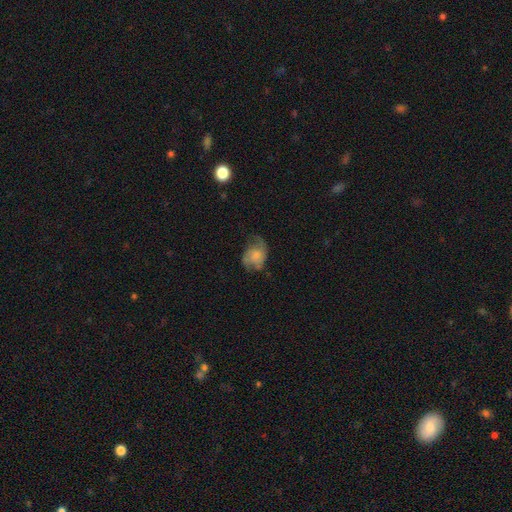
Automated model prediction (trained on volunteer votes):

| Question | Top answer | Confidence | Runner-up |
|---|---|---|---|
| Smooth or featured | featured or disk | 47% | smooth (45%) |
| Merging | none | 42% | minor disturbance (30%) |